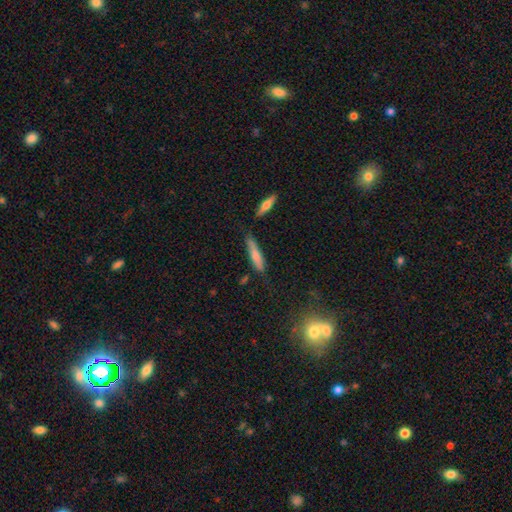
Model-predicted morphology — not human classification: Smooth or featured?
  - smooth: 71% *
  - featured or disk: 23%
  - star or artifact: 7%
How rounded?
  - cigar-shaped: 83% *
  - in between: 15%
  - round: 2%
Merging?
  - none: 69% *
  - minor disturbance: 21%
  - merger: 5%
  - major disturbance: 5%